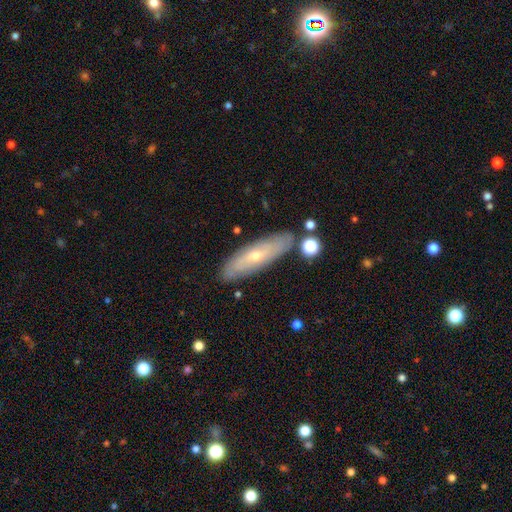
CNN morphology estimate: Smooth or featured? featured or disk (55%)
Edge-on disk? no (64%)
Merging? none (81%)